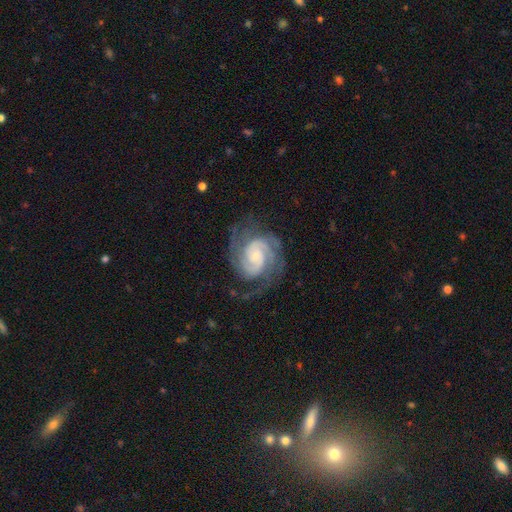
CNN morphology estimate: This is clearly a featured or disk galaxy (91%). It is clearly not viewed edge-on (98%). Bar: likely no (62%). Spiral arm pattern: clearly yes (98%). Spiral arm count: likely 2 (61%). Spiral winding: possibly tight (59%). Central bulge: likely small (62%). Merging: likely none (71%).